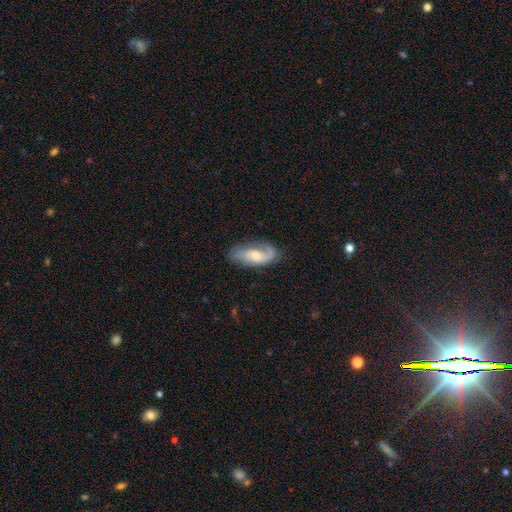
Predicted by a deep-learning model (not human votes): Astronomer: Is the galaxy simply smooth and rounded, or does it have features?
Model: featured or disk — 66%.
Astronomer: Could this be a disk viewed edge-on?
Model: no — 93%.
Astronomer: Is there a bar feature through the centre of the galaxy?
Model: no — 56% (runner-up: weak, 35%).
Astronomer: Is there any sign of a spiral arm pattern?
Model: yes — 89%.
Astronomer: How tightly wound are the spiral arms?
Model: loose — 44% (runner-up: medium, 37%).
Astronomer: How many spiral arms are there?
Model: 2 — 51% (runner-up: 1, 37%).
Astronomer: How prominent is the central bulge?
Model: moderate — 55% (runner-up: small, 36%).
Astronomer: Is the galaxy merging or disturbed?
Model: none — 61%.